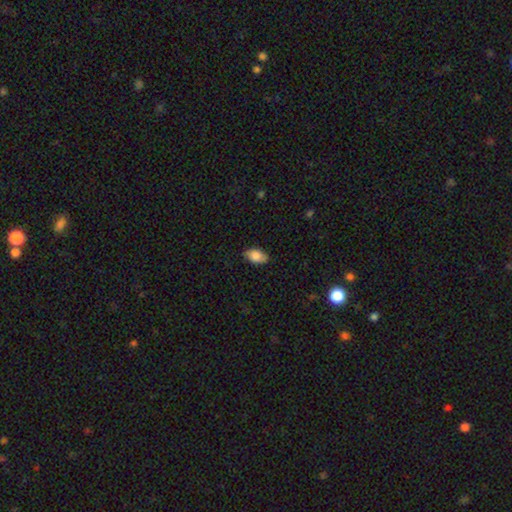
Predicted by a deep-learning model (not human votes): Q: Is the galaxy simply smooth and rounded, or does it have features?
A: smooth — 84%.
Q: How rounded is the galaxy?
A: in between — 92%.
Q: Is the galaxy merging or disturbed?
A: none — 83%.